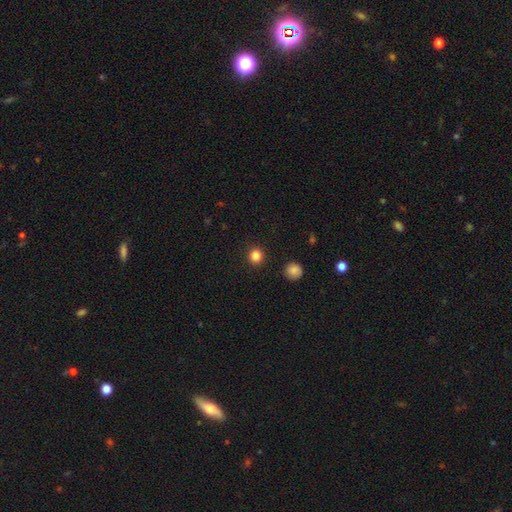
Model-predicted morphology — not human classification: smooth 84%, star or artifact 12%, featured or disk 4%. Down the decision tree: how rounded — round (92%); merging — none (92%).